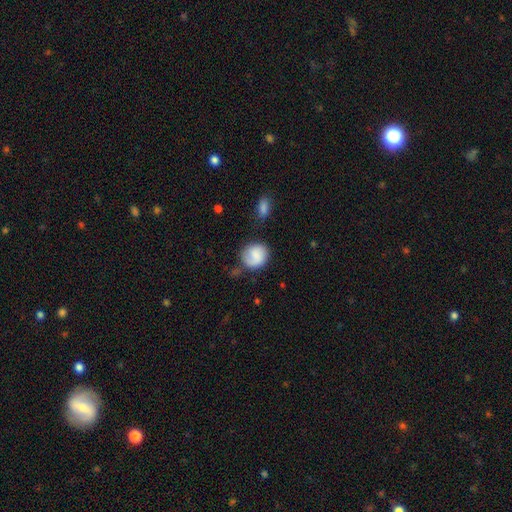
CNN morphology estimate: type=smooth (74%); roundness=round (79%); merging=none (60%).